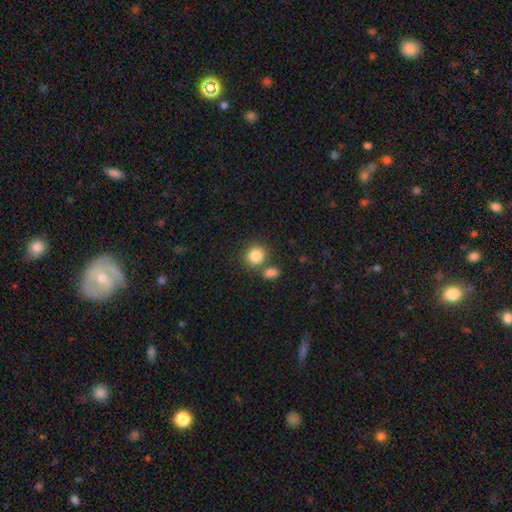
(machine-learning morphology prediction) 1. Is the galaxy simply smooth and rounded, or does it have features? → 85% smooth, 9% star or artifact, 6% featured or disk.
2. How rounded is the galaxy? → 81% round, 18% in between, 1% cigar-shaped.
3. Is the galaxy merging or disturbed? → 65% none, 22% merger, 9% minor disturbance, 3% major disturbance.